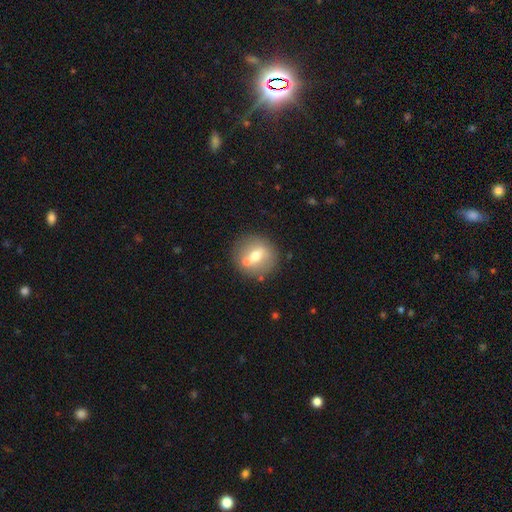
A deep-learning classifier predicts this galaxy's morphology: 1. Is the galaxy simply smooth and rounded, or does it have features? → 56% smooth, 34% featured or disk, 10% star or artifact.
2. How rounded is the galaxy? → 89% round, 10% in between, 1% cigar-shaped.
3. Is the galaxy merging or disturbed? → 72% none, 14% merger, 10% minor disturbance, 3% major disturbance.